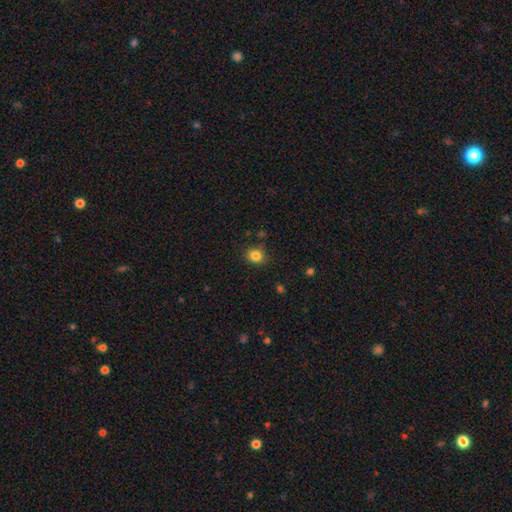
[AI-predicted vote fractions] Smooth or featured? Predicted: smooth (p=0.83). How rounded? Predicted: round (p=0.74). Merging? Predicted: none (p=0.83).